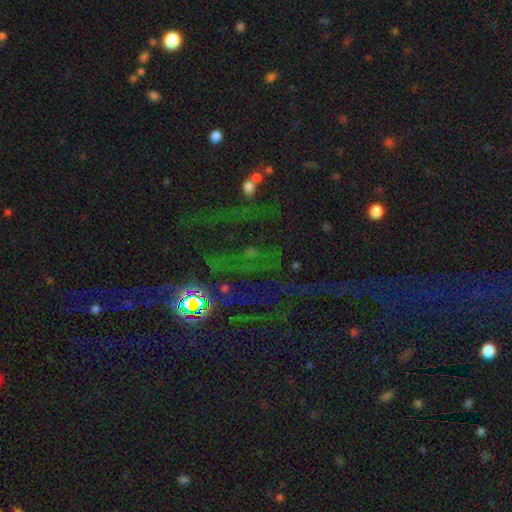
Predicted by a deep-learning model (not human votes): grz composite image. It shows a star or artifact, not a galaxy (79%).